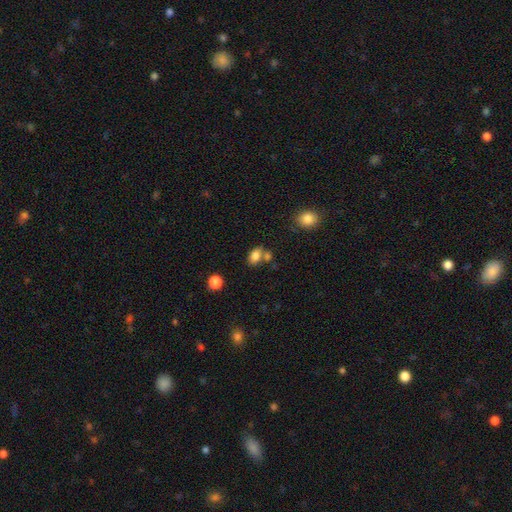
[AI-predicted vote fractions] Morphology: type=smooth (81%); roundness=in between (84%); merging=none (54%).